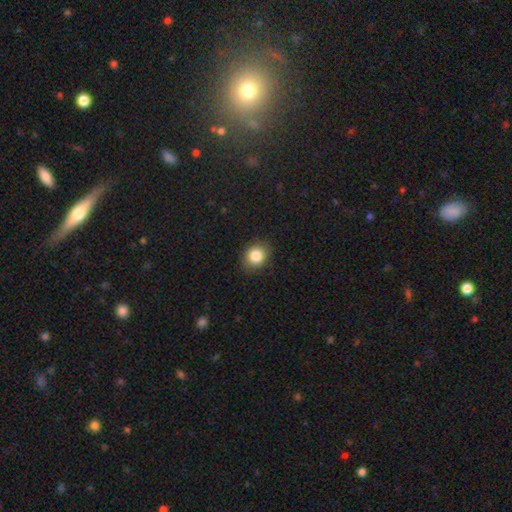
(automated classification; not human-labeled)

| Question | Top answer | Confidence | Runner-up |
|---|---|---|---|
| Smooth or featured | smooth | 85% | star or artifact (9%) |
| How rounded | round | 68% | in between (31%) |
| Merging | none | 87% | minor disturbance (9%) |